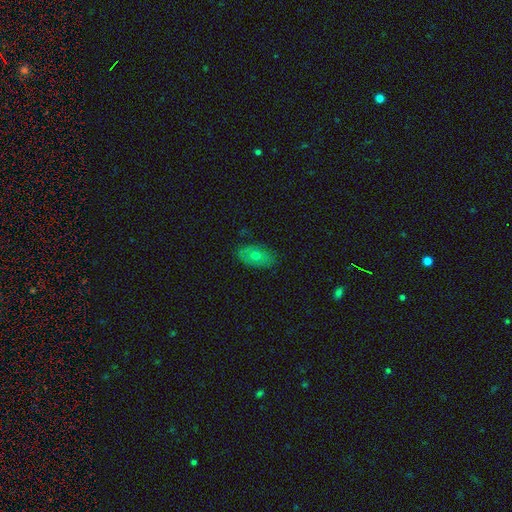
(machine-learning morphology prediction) smooth-or-featured: smooth: 54% | featured or disk: 35% | star or artifact: 11%
  how-rounded: in between: 88% | round: 9% | cigar-shaped: 3%
  merging: none: 82% | minor disturbance: 14% | major disturbance: 3% | merger: 1%